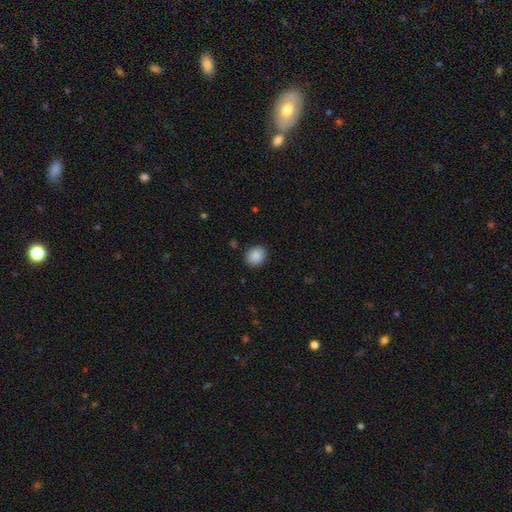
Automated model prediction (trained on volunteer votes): The model was most divided on "how rounded": round: 60%, in between: 39%, cigar-shaped: 1%. More confident: merging — none (89%); smooth or featured — smooth (88%).